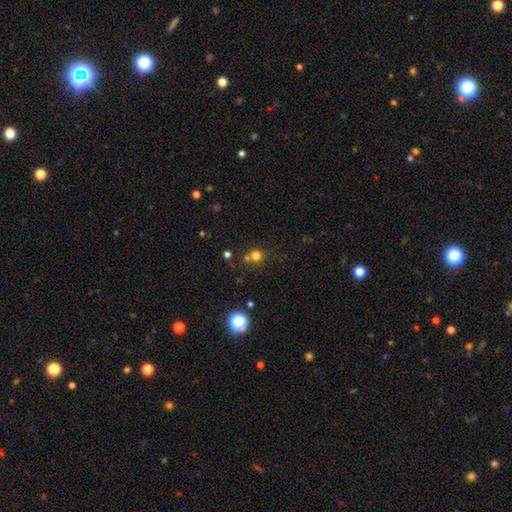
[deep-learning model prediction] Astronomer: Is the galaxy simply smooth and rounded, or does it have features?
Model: smooth — 74%.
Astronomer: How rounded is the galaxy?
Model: round — 90%.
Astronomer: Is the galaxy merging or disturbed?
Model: none — 65%.